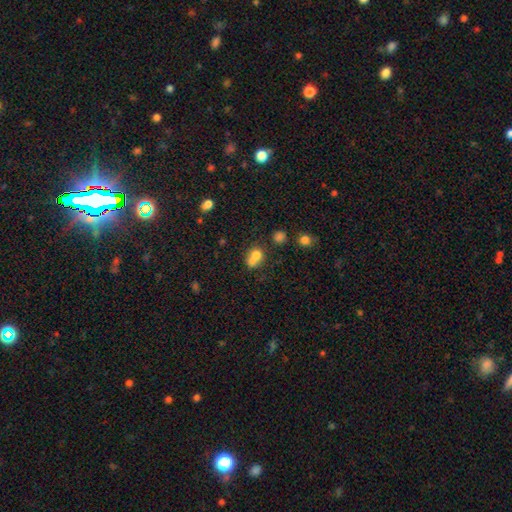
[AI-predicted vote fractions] smooth-or-featured: smooth: 71% | featured or disk: 17% | star or artifact: 12%
  how-rounded: round: 64% | in between: 35% | cigar-shaped: 1%
  merging: merger: 61% | none: 27% | minor disturbance: 8% | major disturbance: 4%